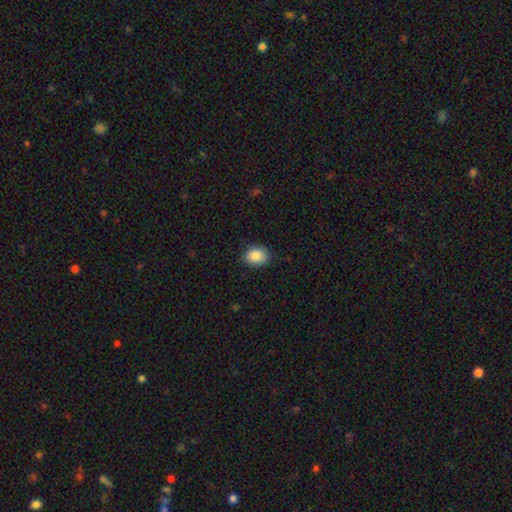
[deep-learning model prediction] This appears to be a smooth galaxy with no disk features (89%) that is in between round and cigar-shaped (62%). Merging: none (85%).